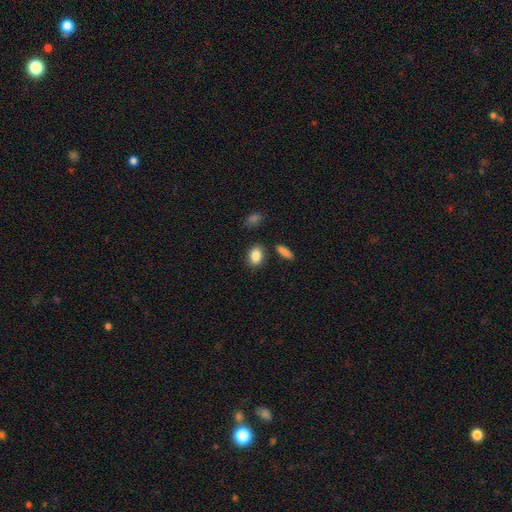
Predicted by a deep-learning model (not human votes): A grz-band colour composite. It shows a smooth galaxy with no disk features (86%) that is in between round and cigar-shaped (79%). Merging: none (82%).